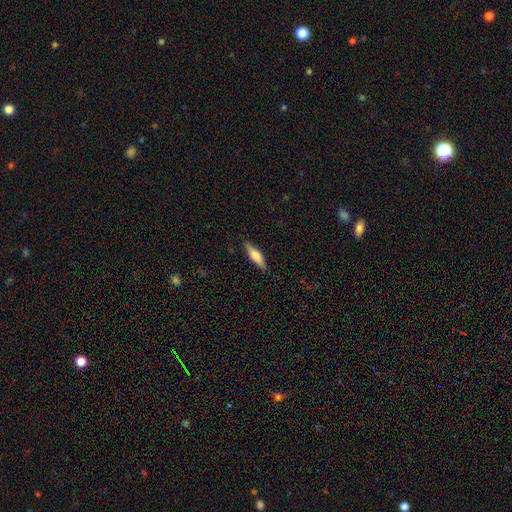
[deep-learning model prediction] Smooth or featured? smooth (61%)
How rounded? cigar-shaped (66%)
Merging? none (88%)